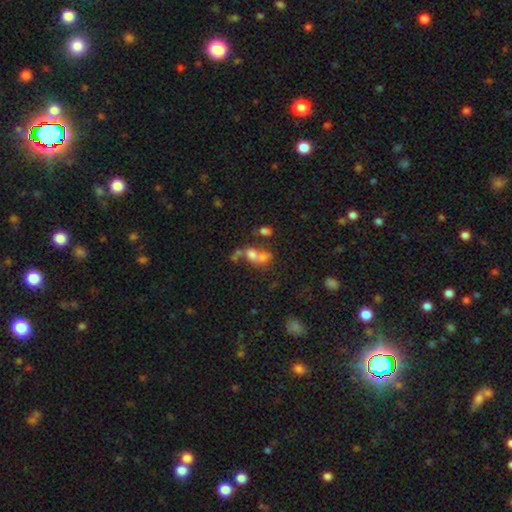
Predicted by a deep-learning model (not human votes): Overall: smooth (60%; featured or disk 23%). How rounded: in between (62%; round 35%). Merging: merger (55%; none 25%).